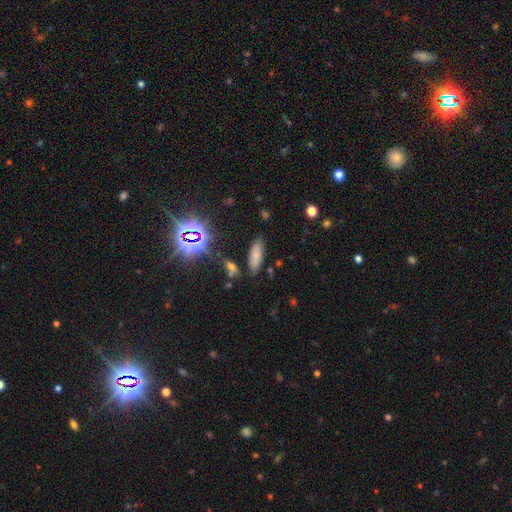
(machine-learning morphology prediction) A smooth galaxy with no disk features (72%) that is in between round and cigar-shaped (61%).

Vote fractions:
- Smooth or featured? smooth: 72% / star or artifact: 17% / featured or disk: 11%
- How rounded? in between: 61% / cigar-shaped: 36% / round: 3%
- Merging? none: 81% / minor disturbance: 12% / merger: 4% / major disturbance: 3%